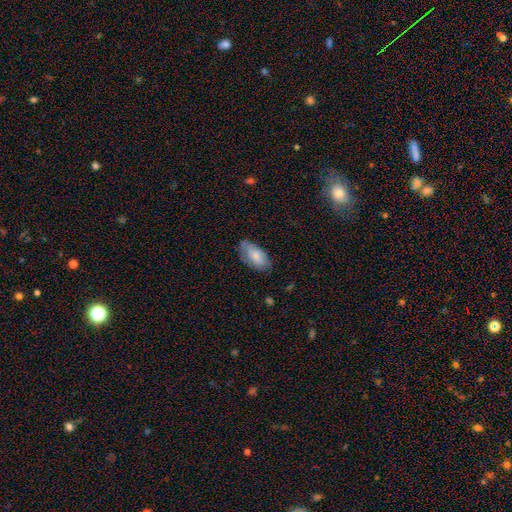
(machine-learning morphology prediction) smooth 71%, featured or disk 22%, star or artifact 7%. Down the decision tree: how rounded — in between (92%); merging — none (59%).